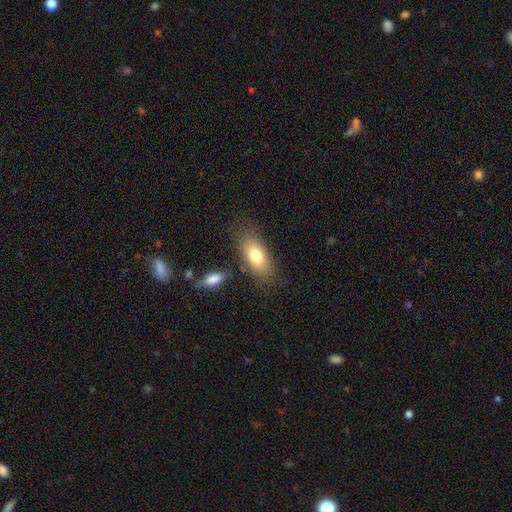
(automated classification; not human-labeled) Q: Smooth or featured?
A: smooth (77%); runner-up: featured or disk (16%)
Q: How rounded?
A: in between (87%); runner-up: cigar-shaped (8%)
Q: Merging?
A: none (75%); runner-up: minor disturbance (14%)